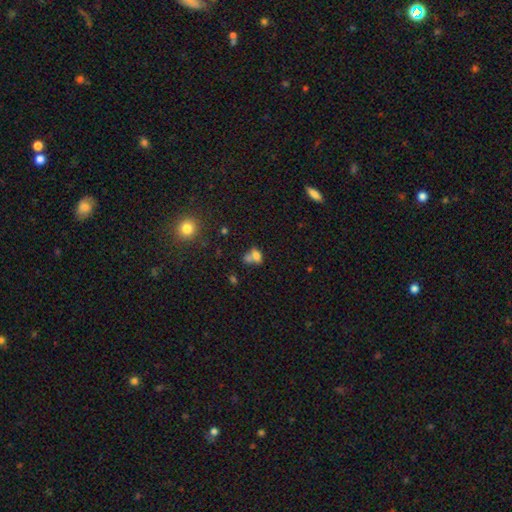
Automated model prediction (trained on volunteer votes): Overall: smooth (71%). How rounded: in between (65%; round 32%). Merging: merger (55%; none 25%).